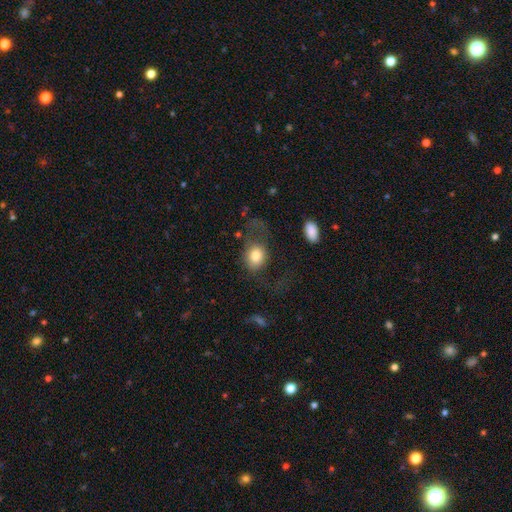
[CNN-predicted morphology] type=smooth (75%); roundness=round (53%); merging=major disturbance (42%).